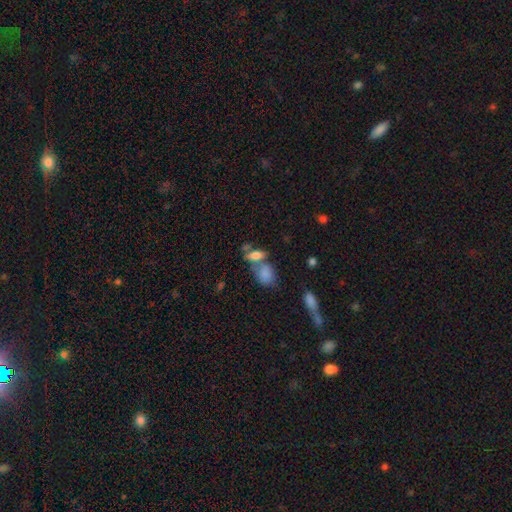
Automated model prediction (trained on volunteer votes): Smooth or featured?
  - smooth: 70% *
  - featured or disk: 19%
  - star or artifact: 11%
How rounded?
  - in between: 76% *
  - cigar-shaped: 14%
  - round: 10%
Merging?
  - none: 44% *
  - merger: 37%
  - minor disturbance: 13%
  - major disturbance: 7%